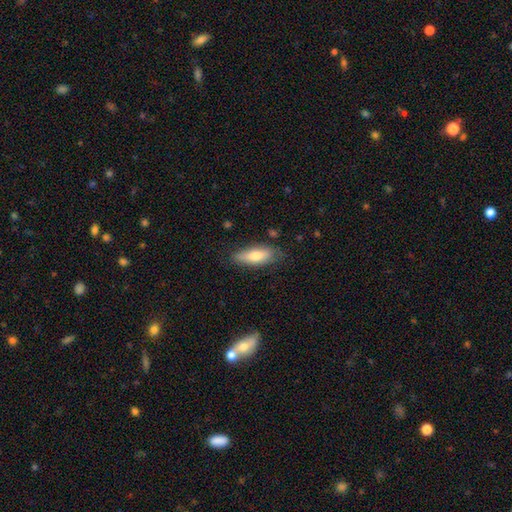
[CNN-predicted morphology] type=smooth (73%); roundness=in between (65%); merging=none (78%).